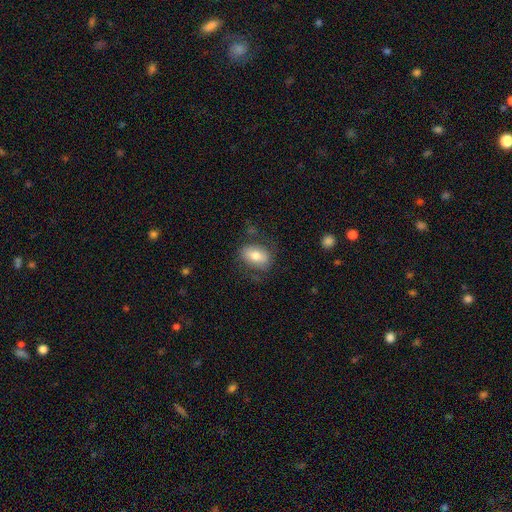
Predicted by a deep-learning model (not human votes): Q: Smooth or featured?
A: smooth (71%); runner-up: featured or disk (22%)
Q: How rounded?
A: in between (82%); runner-up: round (16%)
Q: Merging?
A: none (68%); runner-up: minor disturbance (20%)